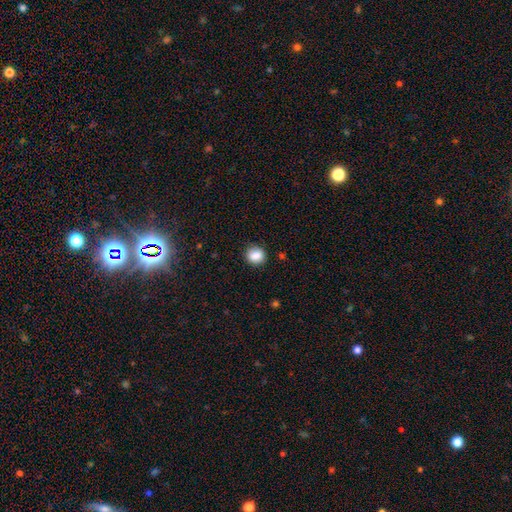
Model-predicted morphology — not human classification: type=smooth (88%); roundness=round (78%); merging=none (87%).